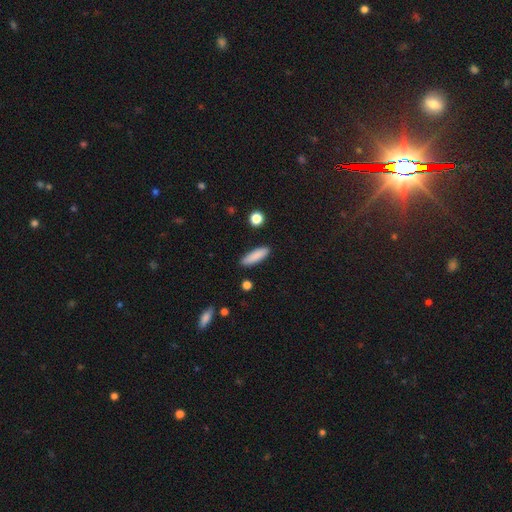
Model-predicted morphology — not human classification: smooth 87%, star or artifact 7%, featured or disk 6%. Down the decision tree: how rounded — cigar-shaped (57%); merging — none (87%).